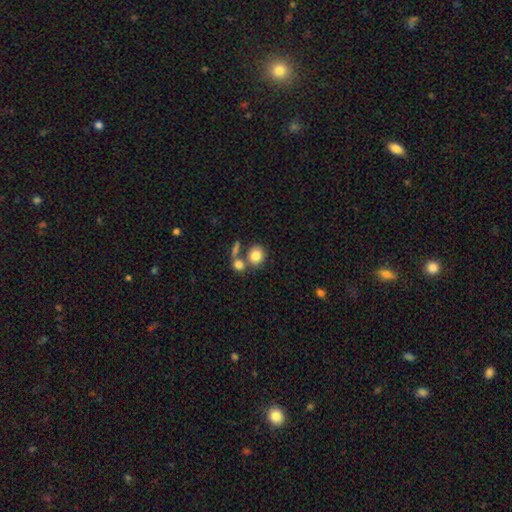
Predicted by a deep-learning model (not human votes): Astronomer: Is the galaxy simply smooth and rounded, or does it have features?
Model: smooth — 82%.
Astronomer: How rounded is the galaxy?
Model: round — 73%.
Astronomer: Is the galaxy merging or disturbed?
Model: none — 55% (runner-up: merger, 31%).